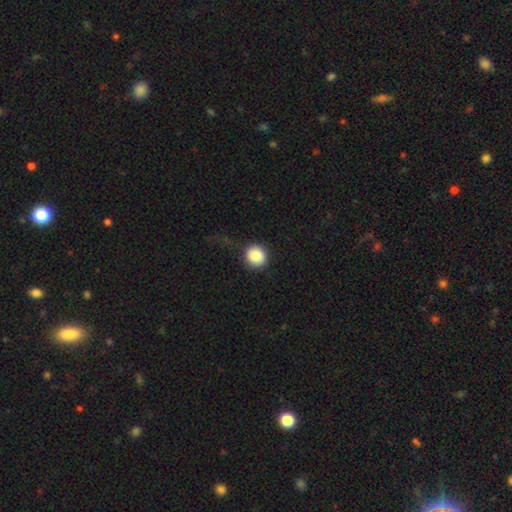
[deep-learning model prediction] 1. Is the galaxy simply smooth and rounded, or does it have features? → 88% smooth, 8% star or artifact, 4% featured or disk.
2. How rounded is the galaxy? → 90% round, 9% in between, 1% cigar-shaped.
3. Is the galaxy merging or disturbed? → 79% none, 13% minor disturbance, 6% major disturbance, 1% merger.